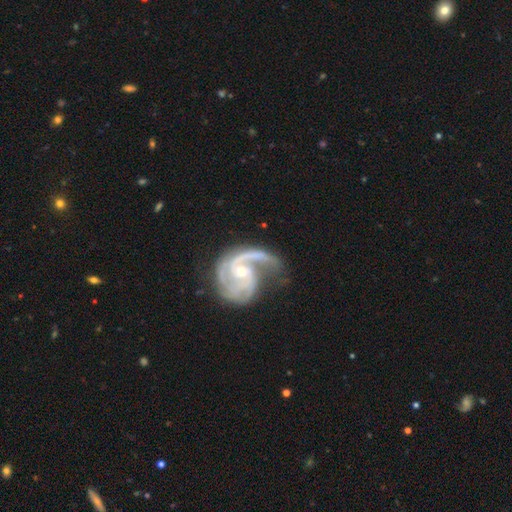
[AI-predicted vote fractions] featured or disk 90%, smooth 5%, star or artifact 4%. Down the decision tree: edge-on disk — no (98%); bar — no (59%); spiral arms — yes (97%); spiral arm count — 2 (39%); spiral winding — medium (48%); bulge size — small (59%); merging — none (42%).